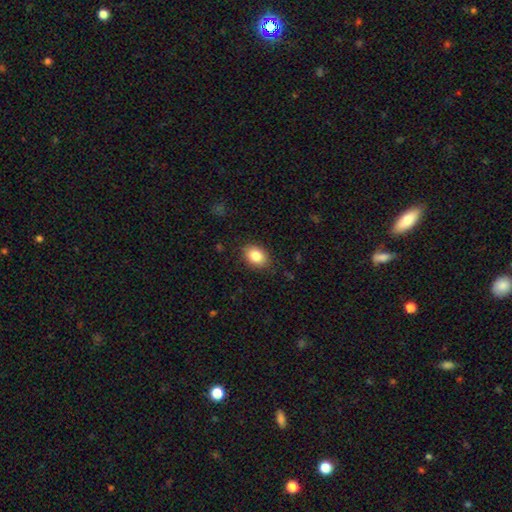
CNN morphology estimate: Smooth or featured? Predicted: smooth (p=0.85). How rounded? Predicted: in between (p=0.74). Merging? Predicted: none (p=0.86).